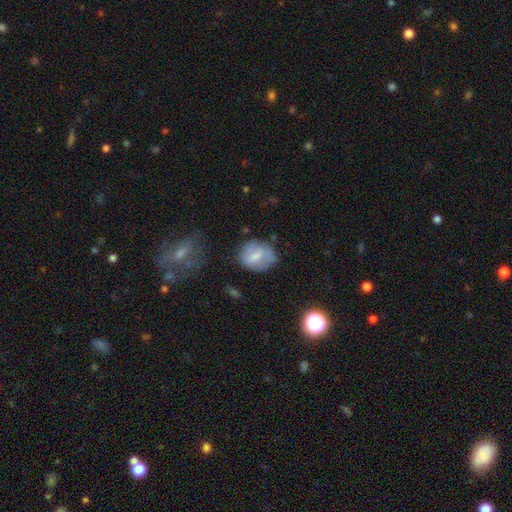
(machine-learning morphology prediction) Smooth or featured: smooth — 62% (featured or disk — 29%)
How rounded: round — 50% (in between — 48%)
Merging: none — 60% (minor disturbance — 25%)